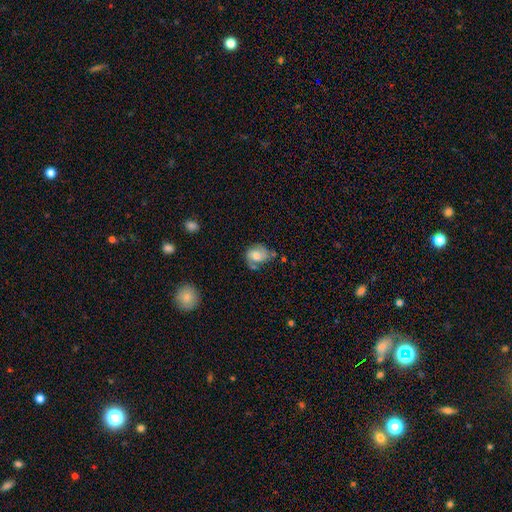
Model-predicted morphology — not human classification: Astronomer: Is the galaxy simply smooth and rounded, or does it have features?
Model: smooth — 47% (runner-up: featured or disk, 44%).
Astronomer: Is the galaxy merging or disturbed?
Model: none — 46% (runner-up: minor disturbance, 29%).